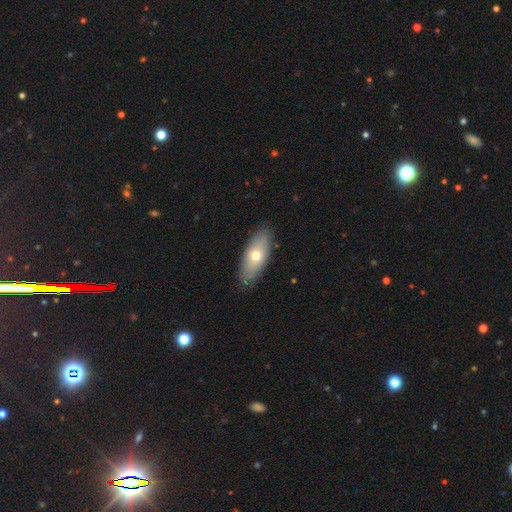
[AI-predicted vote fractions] Smooth or featured? smooth (65%)
How rounded? in between (80%)
Merging? none (85%)